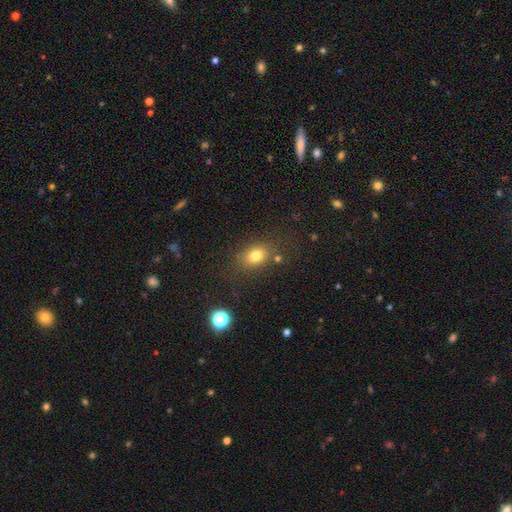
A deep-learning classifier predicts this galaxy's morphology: The model was most divided on "how rounded": in between: 64%, round: 34%, cigar-shaped: 2%. More confident: smooth or featured — smooth (77%); merging — none (75%).